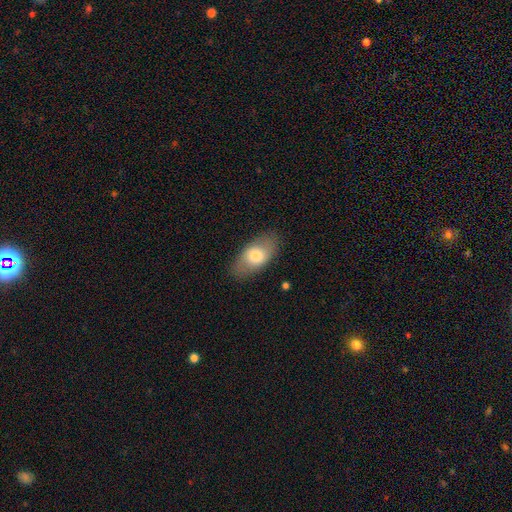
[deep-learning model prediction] Smooth or featured? Predicted: smooth (p=0.72). How rounded? Predicted: in between (p=0.90). Merging? Predicted: none (p=0.83).